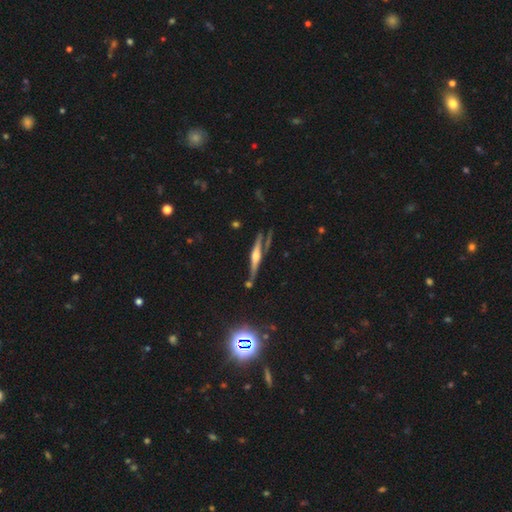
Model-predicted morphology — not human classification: Q: Smooth or featured?
A: featured or disk (79%); runner-up: smooth (14%)
Q: Edge-on disk?
A: yes (97%); runner-up: no (3%)
Q: Edge-on bulge?
A: rounded (89%); runner-up: boxy (7%)
Q: Merging?
A: none (74%); runner-up: minor disturbance (14%)